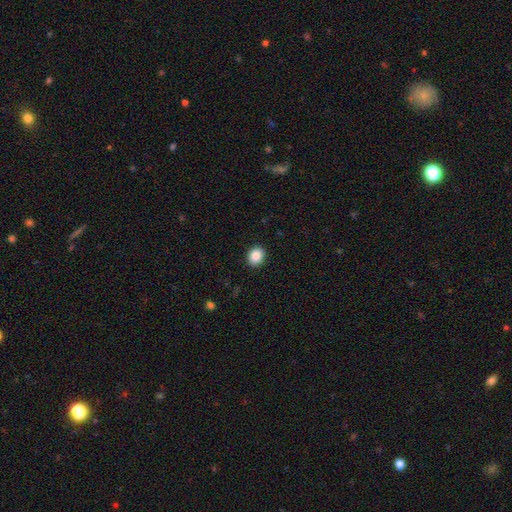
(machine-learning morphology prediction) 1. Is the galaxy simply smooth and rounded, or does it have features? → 87% smooth, 9% star or artifact, 4% featured or disk.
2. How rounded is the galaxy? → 63% round, 36% in between, 1% cigar-shaped.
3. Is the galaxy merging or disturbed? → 92% none, 6% minor disturbance, 2% major disturbance, 1% merger.